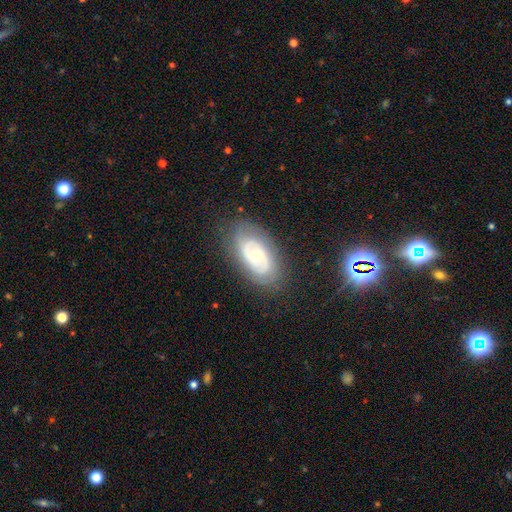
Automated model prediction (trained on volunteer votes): Smooth or featured: featured or disk — 73% (smooth — 20%)
Edge-on disk: no — 94% (yes — 6%)
Bar: no — 73% (weak — 21%)
Spiral arms: yes — 71% (no — 29%)
Bulge size: small — 60% (moderate — 36%)
Merging: none — 79% (minor disturbance — 14%)